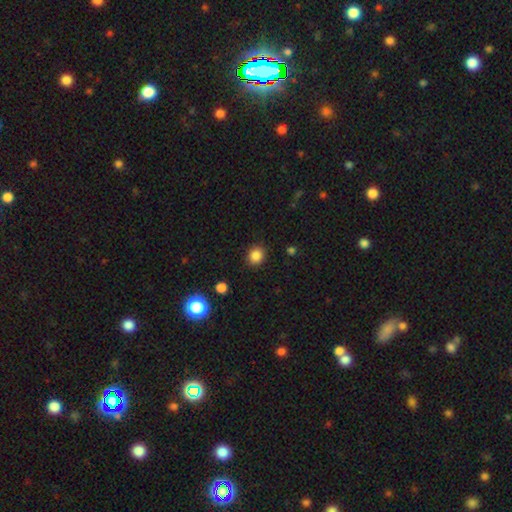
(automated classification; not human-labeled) Smooth or featured? smooth (85%)
How rounded? round (80%)
Merging? none (90%)